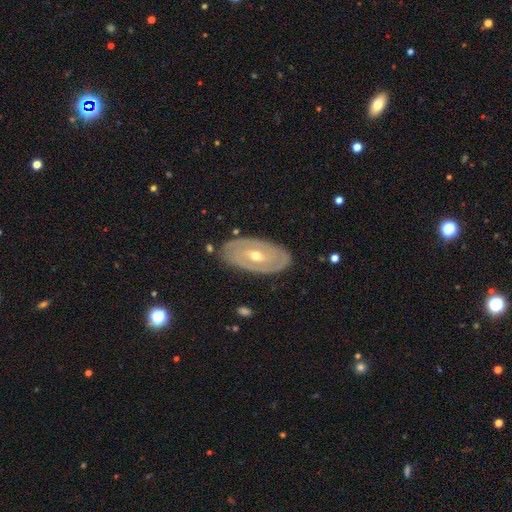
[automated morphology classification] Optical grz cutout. It shows a featured or disk galaxy (79%) with no bar (56%), spiral arms (66%) and a moderate central bulge (54%). Merging: none (84%).